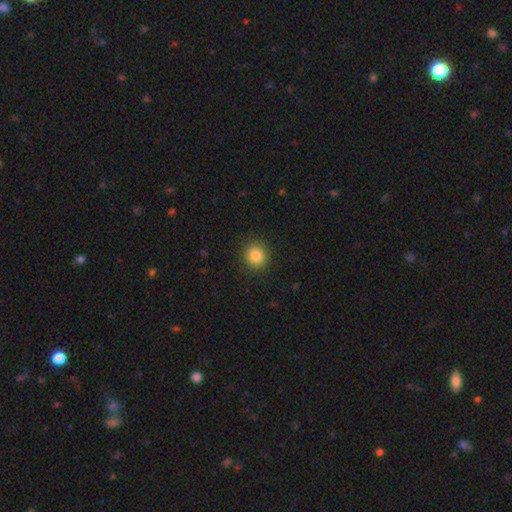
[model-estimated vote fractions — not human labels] Q: Smooth or featured?
A: smooth (85%); runner-up: star or artifact (10%)
Q: How rounded?
A: round (87%); runner-up: in between (12%)
Q: Merging?
A: none (91%); runner-up: minor disturbance (6%)